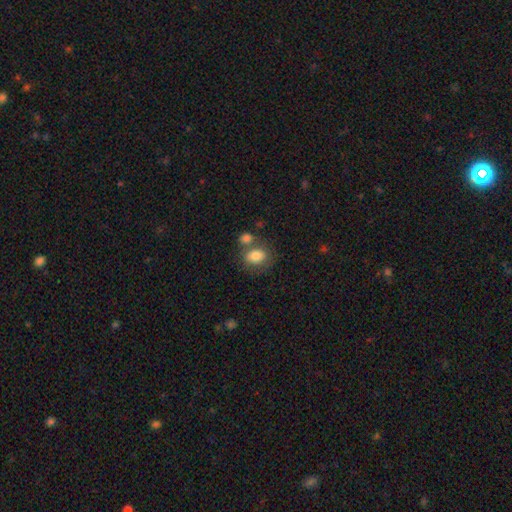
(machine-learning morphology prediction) smooth-or-featured: smooth: 80% | featured or disk: 11% | star or artifact: 9%
  how-rounded: in between: 61% | round: 37% | cigar-shaped: 1%
  merging: none: 53% | merger: 29% | minor disturbance: 13% | major disturbance: 5%